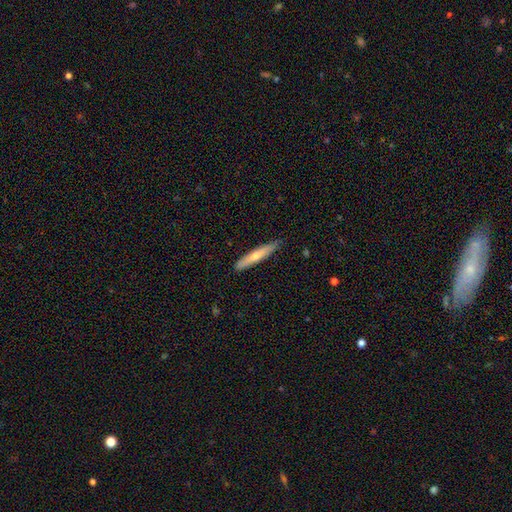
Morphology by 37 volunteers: smooth 51%, featured or disk 49%, star or artifact 0%. Down the decision tree: how rounded — cigar-shaped (100%); merging — none (86%).